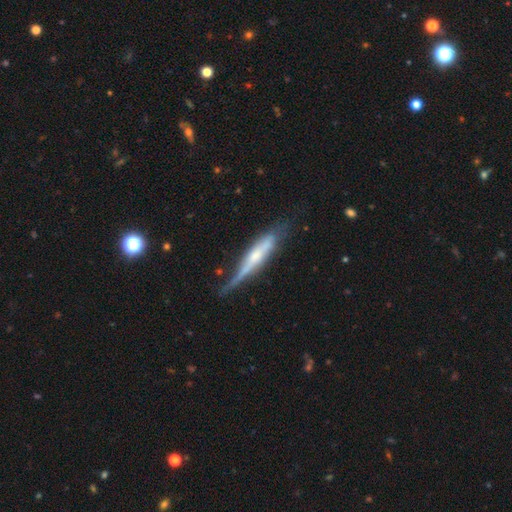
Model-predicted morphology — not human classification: Smooth or featured?
  - featured or disk: 60% *
  - smooth: 34%
  - star or artifact: 6%
Edge-on disk?
  - yes: 87% *
  - no: 13%
Edge-on bulge?
  - rounded: 57% *
  - none: 26%
  - boxy: 17%
Merging?
  - none: 48% *
  - minor disturbance: 34%
  - major disturbance: 14%
  - merger: 4%